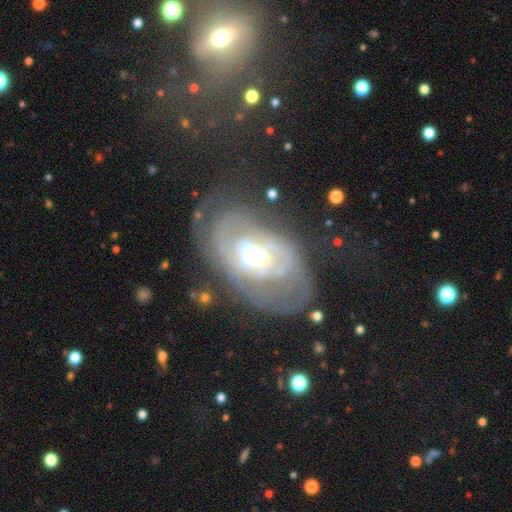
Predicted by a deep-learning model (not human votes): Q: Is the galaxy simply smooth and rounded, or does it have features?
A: featured or disk — 79%.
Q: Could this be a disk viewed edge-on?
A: no — 95%.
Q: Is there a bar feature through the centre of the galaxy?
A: no — 49%.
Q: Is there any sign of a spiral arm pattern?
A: yes — 73%.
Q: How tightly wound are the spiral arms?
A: tight — 61%.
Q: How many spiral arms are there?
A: can't tell — 49%.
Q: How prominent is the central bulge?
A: moderate — 67%.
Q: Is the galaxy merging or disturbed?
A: none — 57%.